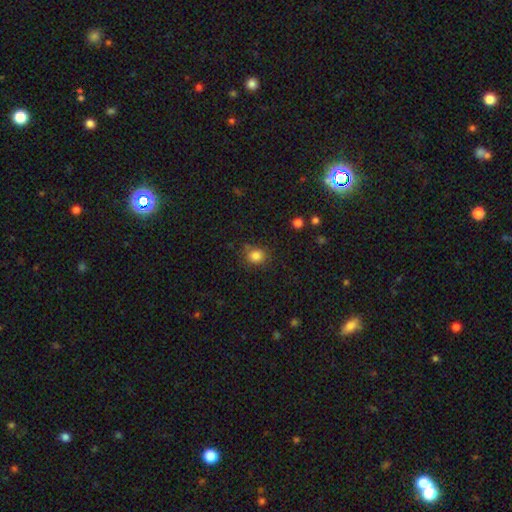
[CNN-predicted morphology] Smooth or featured: smooth — 84% (star or artifact — 12%)
How rounded: round — 75% (in between — 24%)
Merging: none — 78% (minor disturbance — 14%)